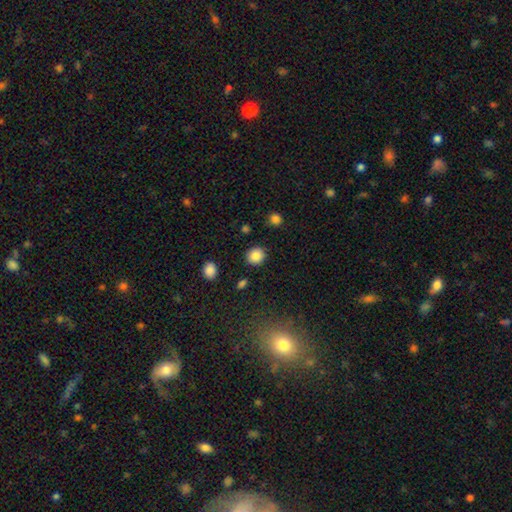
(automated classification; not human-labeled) smooth 85%, star or artifact 10%, featured or disk 5%. Down the decision tree: how rounded — round (87%); merging — none (89%).